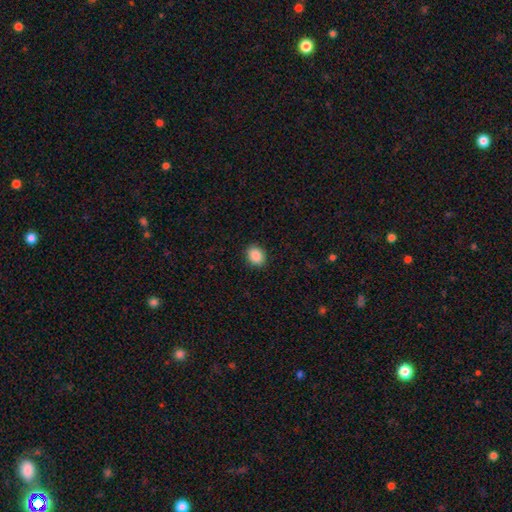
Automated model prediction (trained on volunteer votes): Smooth or featured? Predicted: smooth (p=0.89). How rounded? Predicted: in between (p=0.52). Merging? Predicted: none (p=0.91).